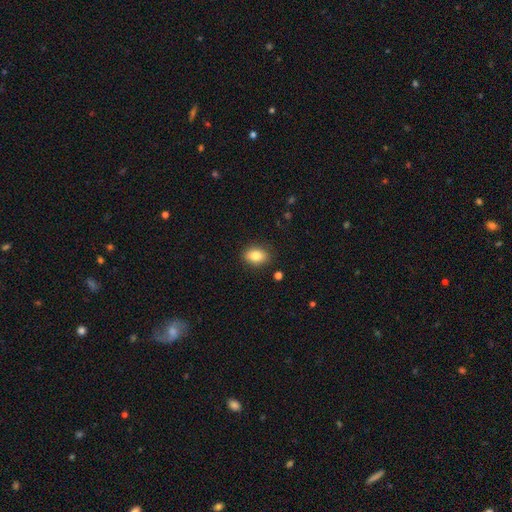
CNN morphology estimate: type=smooth (84%); roundness=in between (80%); merging=none (87%).